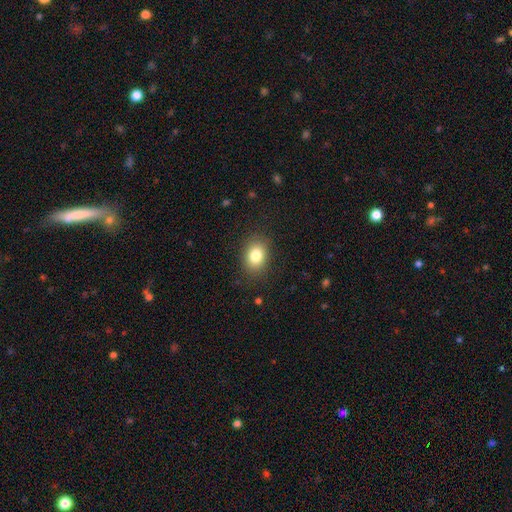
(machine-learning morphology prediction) Overall: smooth (82%). How rounded: in between (61%; round 38%). Merging: none (86%).